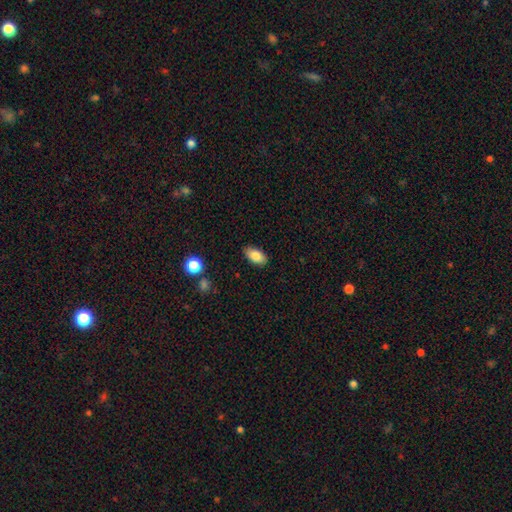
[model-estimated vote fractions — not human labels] Smooth or featured? smooth (84%)
How rounded? in between (92%)
Merging? none (87%)